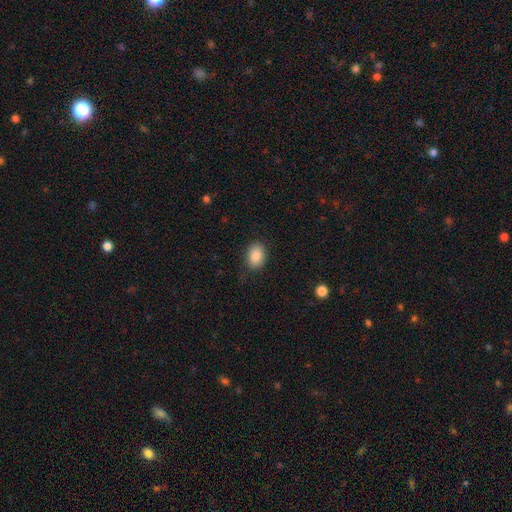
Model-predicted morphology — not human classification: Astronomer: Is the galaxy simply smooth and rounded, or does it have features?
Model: smooth — 88%.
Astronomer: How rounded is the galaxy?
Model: in between — 78%.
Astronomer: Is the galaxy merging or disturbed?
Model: none — 83%.